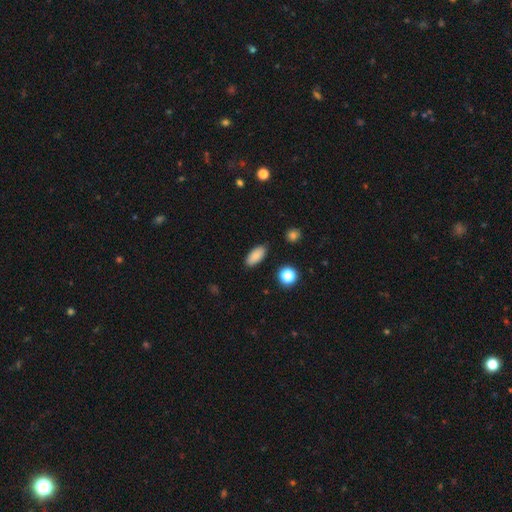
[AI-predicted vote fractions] Smooth or featured?
  - smooth: 86% *
  - star or artifact: 9%
  - featured or disk: 4%
How rounded?
  - in between: 88% *
  - cigar-shaped: 8%
  - round: 4%
Merging?
  - none: 88% *
  - minor disturbance: 8%
  - major disturbance: 2%
  - merger: 2%